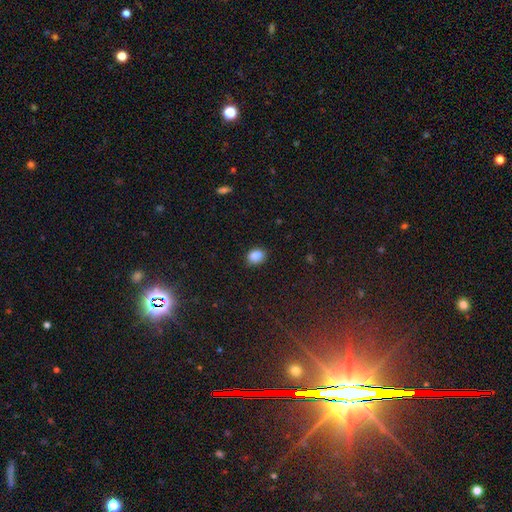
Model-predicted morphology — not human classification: Smooth or featured? Predicted: smooth (p=0.85). How rounded? Predicted: in between (p=0.63). Merging? Predicted: none (p=0.76).